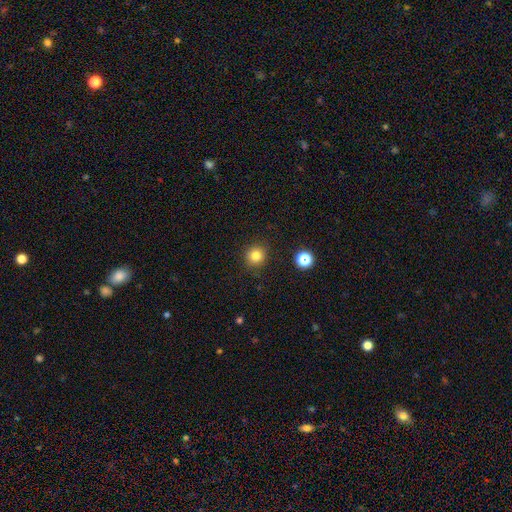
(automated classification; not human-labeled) This appears to be a smooth galaxy with no disk features (81%) that is round (93%). Merging: none (90%).